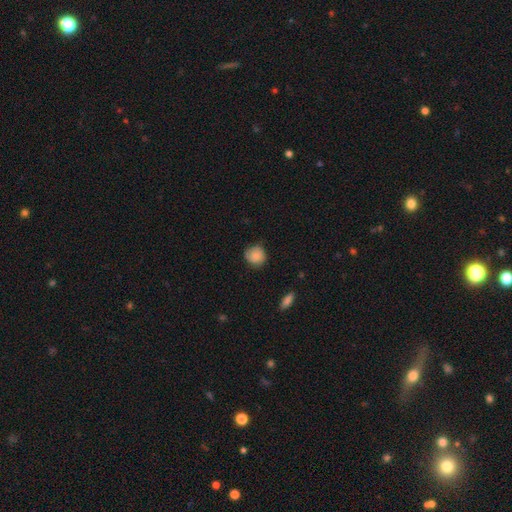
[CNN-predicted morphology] smooth_or_featured: smooth (p=0.82) [alt: featured or disk p=0.10]
how_rounded: round (p=0.87) [alt: in between p=0.12]
merging: none (p=0.74) [alt: minor disturbance p=0.22]